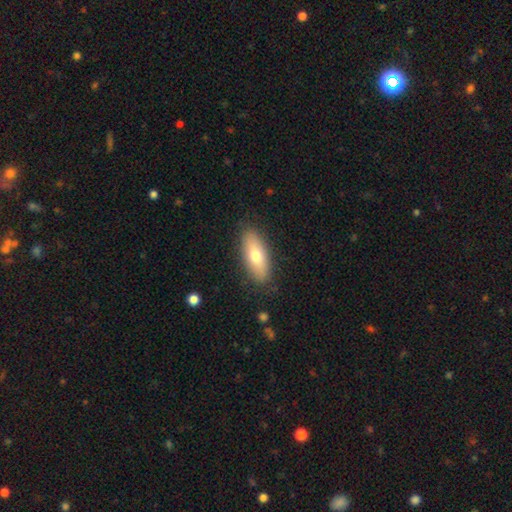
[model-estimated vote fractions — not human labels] A smooth galaxy with no disk features (70%) that is in between round and cigar-shaped (76%).

Vote fractions:
- Smooth or featured? smooth: 70% / featured or disk: 24% / star or artifact: 6%
- How rounded? in between: 76% / cigar-shaped: 22% / round: 3%
- Merging? none: 87% / minor disturbance: 10% / major disturbance: 2% / merger: 1%